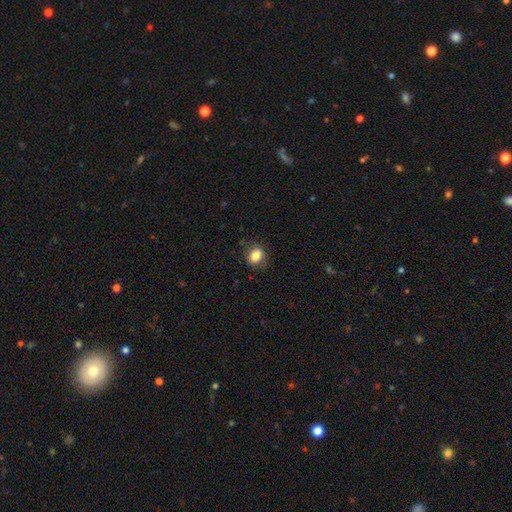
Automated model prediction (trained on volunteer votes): smooth_or_featured: smooth (p=0.82) [alt: star or artifact p=0.10]
how_rounded: round (p=0.51) [alt: in between p=0.48]
merging: none (p=0.79) [alt: minor disturbance p=0.16]